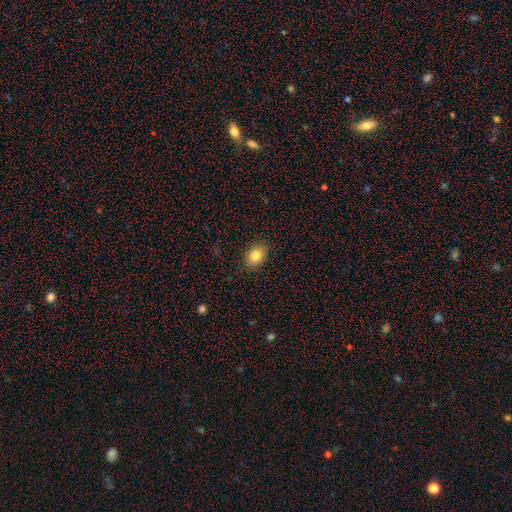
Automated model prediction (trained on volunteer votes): This appears to be a smooth galaxy with no disk features (82%) that is in between round and cigar-shaped (59%). Merging: none (88%).